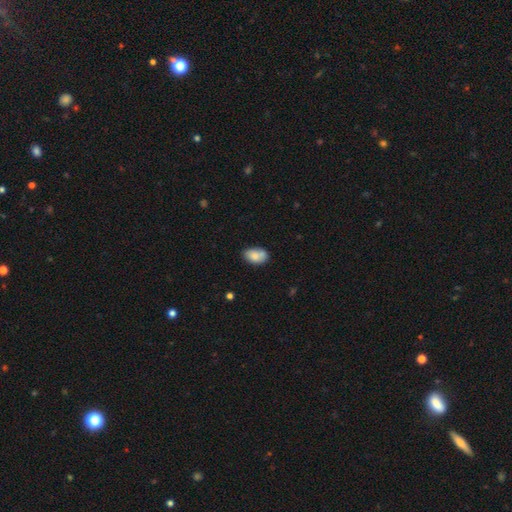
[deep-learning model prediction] This is likely a smooth galaxy (79%). How rounded: clearly in between (89%). Merging: likely none (62%).